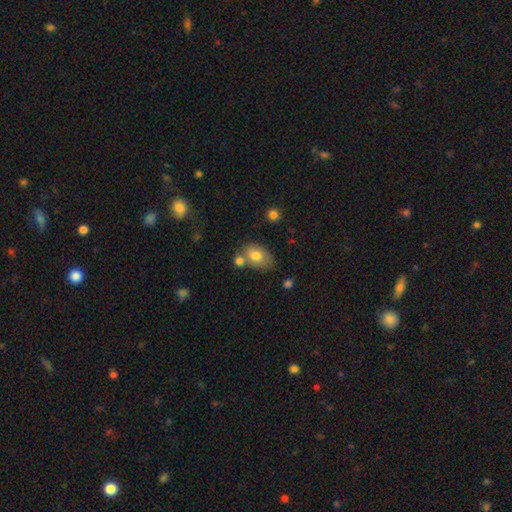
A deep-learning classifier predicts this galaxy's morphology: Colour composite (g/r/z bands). It shows a smooth galaxy with no disk features (75%) that is in between round and cigar-shaped (83%). Merging: none (51%).